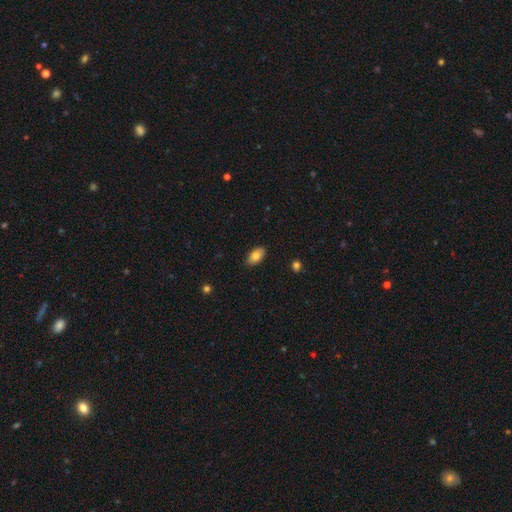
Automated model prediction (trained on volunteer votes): Q: Smooth or featured?
A: smooth (80%); runner-up: featured or disk (13%)
Q: How rounded?
A: in between (93%); runner-up: round (5%)
Q: Merging?
A: none (87%); runner-up: minor disturbance (10%)